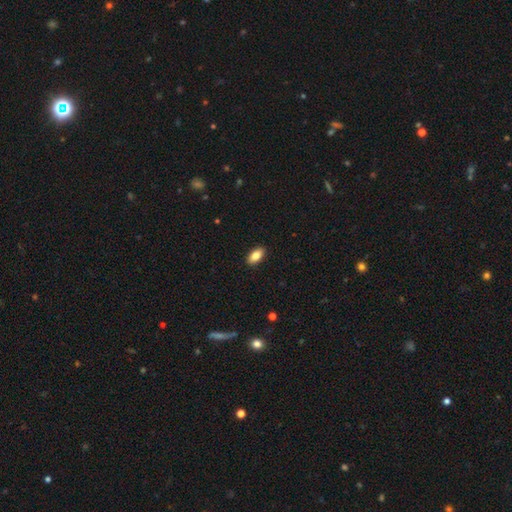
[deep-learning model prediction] smooth_or_featured: smooth (p=0.83) [alt: featured or disk p=0.09]
how_rounded: in between (p=0.91) [alt: cigar-shaped p=0.05]
merging: none (p=0.91) [alt: minor disturbance p=0.07]